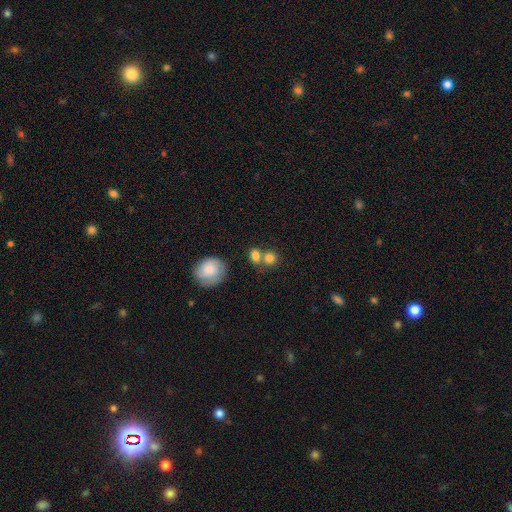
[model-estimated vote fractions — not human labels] smooth-or-featured: smooth: 82% | star or artifact: 10% | featured or disk: 9%
  how-rounded: round: 70% | in between: 29% | cigar-shaped: 1%
  merging: merger: 44% | none: 43% | minor disturbance: 9% | major disturbance: 4%